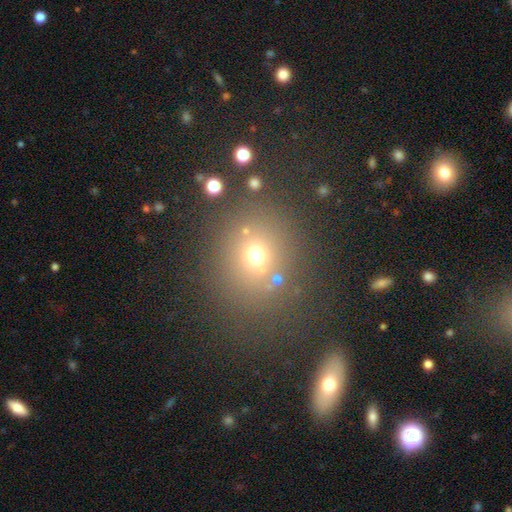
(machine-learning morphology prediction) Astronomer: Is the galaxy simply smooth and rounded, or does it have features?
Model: smooth — 64%.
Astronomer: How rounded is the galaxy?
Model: round — 73%.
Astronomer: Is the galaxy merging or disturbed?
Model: none — 75%.